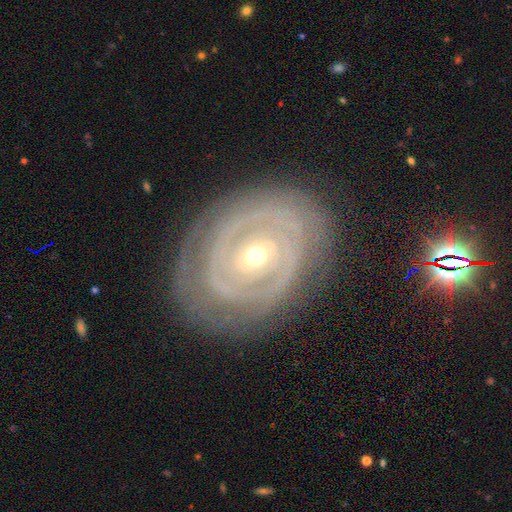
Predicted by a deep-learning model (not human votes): This is clearly a featured or disk galaxy (84%). It is clearly not viewed edge-on (96%). Bar: possibly no (56%). Spiral arm pattern: likely yes (75%). Spiral arm count: marginally can't tell (40%). Spiral winding: likely tight (79%). Central bulge: possibly small (60%). Merging: likely none (78%).